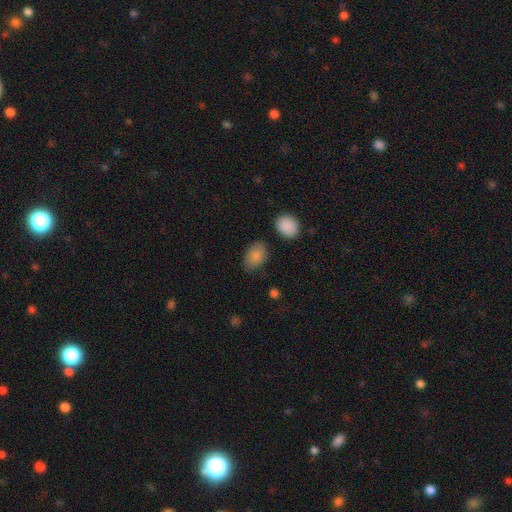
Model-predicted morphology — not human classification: Smooth or featured? Predicted: smooth (p=0.87). How rounded? Predicted: in between (p=0.86). Merging? Predicted: none (p=0.76).